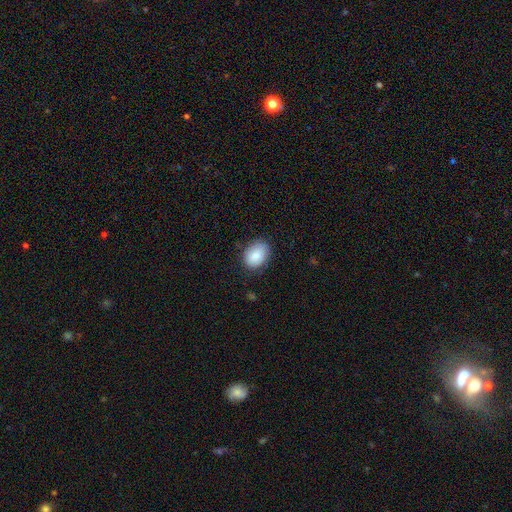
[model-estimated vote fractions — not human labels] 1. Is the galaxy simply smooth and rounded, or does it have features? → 85% smooth, 8% featured or disk, 7% star or artifact.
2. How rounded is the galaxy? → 71% in between, 28% round, 1% cigar-shaped.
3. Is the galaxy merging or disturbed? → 77% none, 18% minor disturbance, 4% major disturbance, 1% merger.